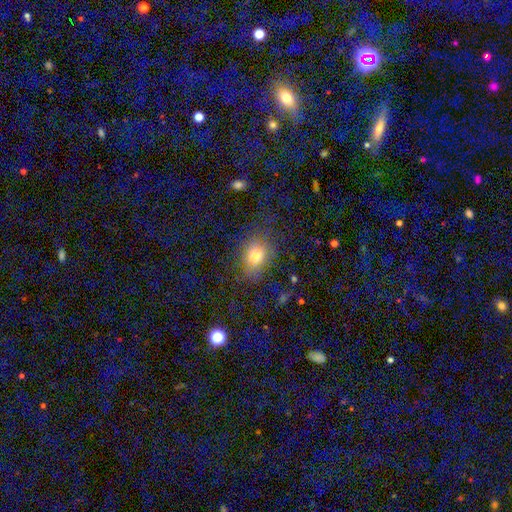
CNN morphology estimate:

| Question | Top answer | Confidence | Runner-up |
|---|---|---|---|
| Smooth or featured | smooth | 70% | featured or disk (15%) |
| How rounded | in between | 69% | round (28%) |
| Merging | none | 65% | minor disturbance (18%) |